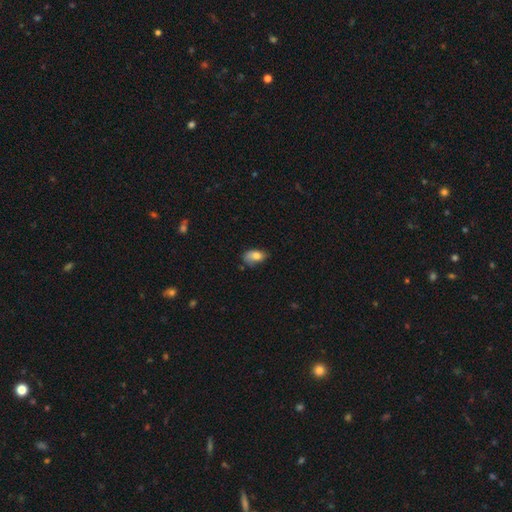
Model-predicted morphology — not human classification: smooth-or-featured: smooth: 80% | featured or disk: 11% | star or artifact: 8%
  how-rounded: in between: 90% | round: 7% | cigar-shaped: 3%
  merging: none: 58% | minor disturbance: 32% | major disturbance: 7% | merger: 3%